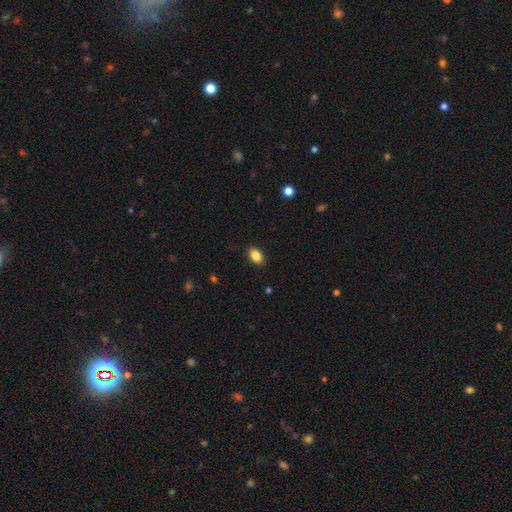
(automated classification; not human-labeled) Smooth or featured: smooth — 86% (star or artifact — 9%)
How rounded: in between — 86% (round — 12%)
Merging: none — 89% (minor disturbance — 8%)